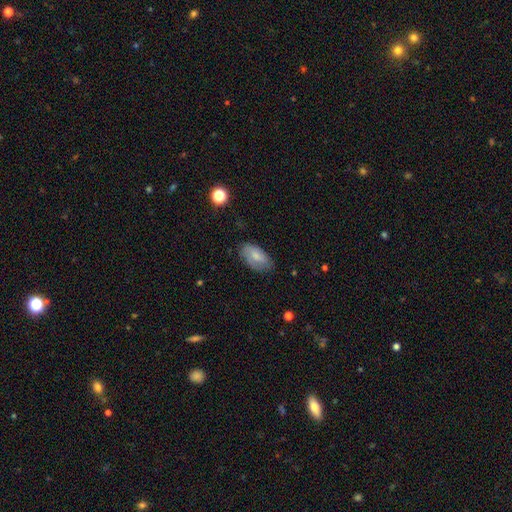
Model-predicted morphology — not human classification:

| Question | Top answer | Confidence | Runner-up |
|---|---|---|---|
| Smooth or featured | smooth | 67% | featured or disk (26%) |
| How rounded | in between | 93% | round (4%) |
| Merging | none | 71% | minor disturbance (22%) |